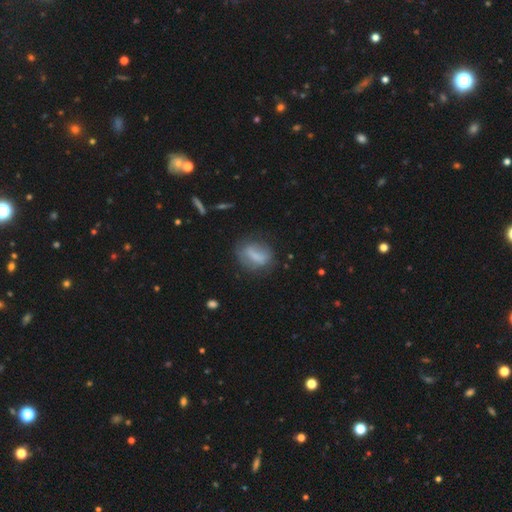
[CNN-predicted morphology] smooth-or-featured: smooth: 66% | featured or disk: 26% | star or artifact: 9%
  how-rounded: in between: 67% | round: 28% | cigar-shaped: 6%
  merging: none: 63% | minor disturbance: 23% | major disturbance: 11% | merger: 3%